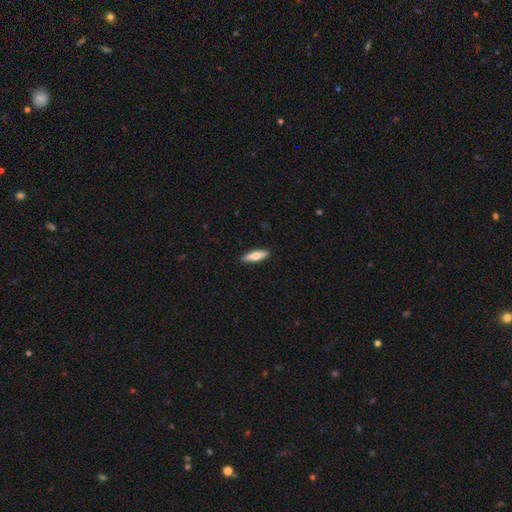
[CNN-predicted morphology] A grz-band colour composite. It shows a smooth galaxy with no disk features (72%) that is cigar-shaped (64%). Merging: none (90%).